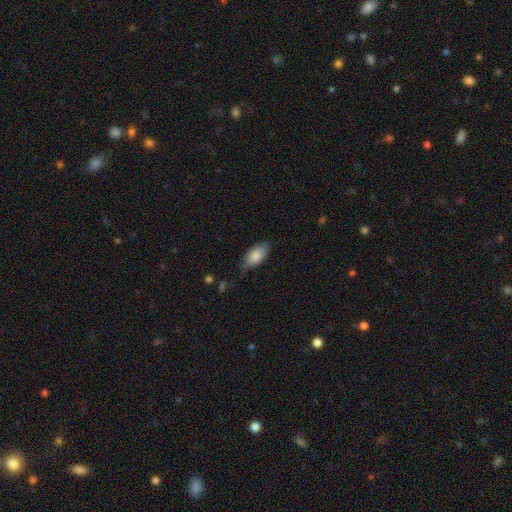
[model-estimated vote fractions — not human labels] This is clearly a smooth galaxy (83%). How rounded: clearly in between (91%). Merging: likely none (68%).